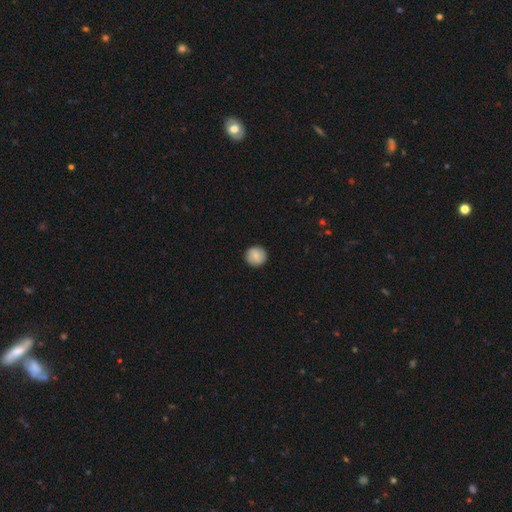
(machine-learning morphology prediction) A smooth galaxy with no disk features (83%) that is round (94%). Merging: none (91%).